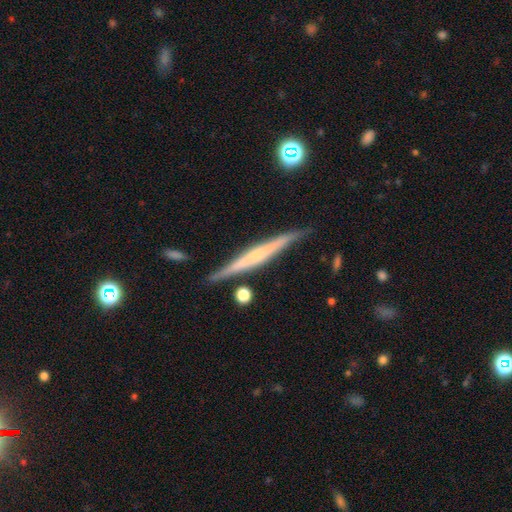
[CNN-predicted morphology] This appears to be a featured or disk galaxy (64%) viewed edge-on (97%) with no central bulge (44%). Merging: none (86%).